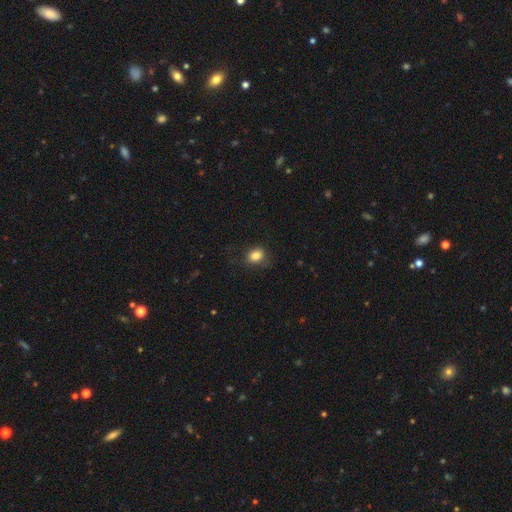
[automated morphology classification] smooth_or_featured: smooth (p=0.83) [alt: star or artifact p=0.10]
how_rounded: in between (p=0.55) [alt: round p=0.44]
merging: none (p=0.76) [alt: minor disturbance p=0.17]